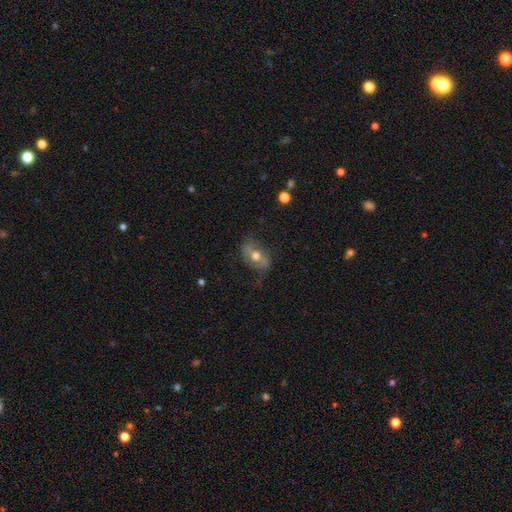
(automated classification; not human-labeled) A featured or disk galaxy (51%). Merging: none (59%).